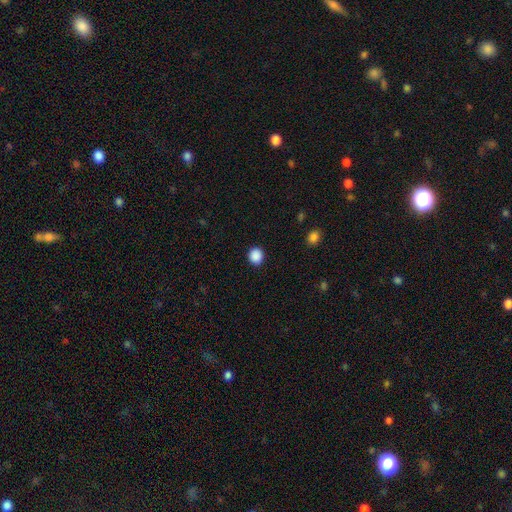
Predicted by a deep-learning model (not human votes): The model was most divided on "how rounded": round: 88%, in between: 11%, cigar-shaped: 1%. More confident: merging — none (92%); smooth or featured — smooth (89%).